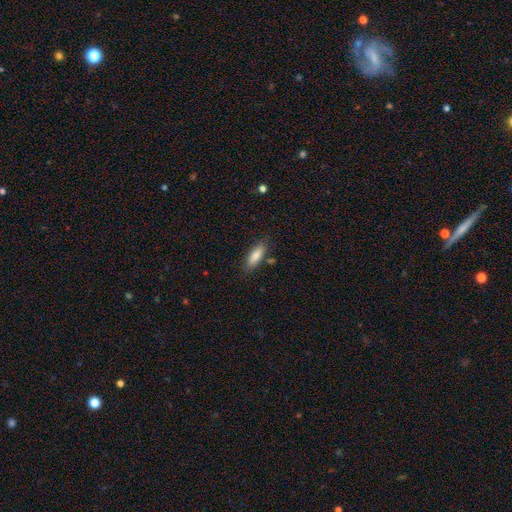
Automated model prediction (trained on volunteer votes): This appears to be a smooth galaxy with no disk features (86%) that is in between round and cigar-shaped (64%). Merging: none (81%).